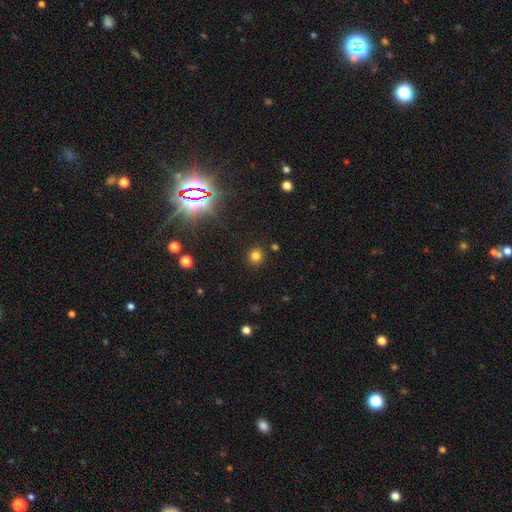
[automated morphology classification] Smooth or featured: smooth — 78% (star or artifact — 17%)
How rounded: round — 92% (in between — 7%)
Merging: none — 89% (minor disturbance — 6%)